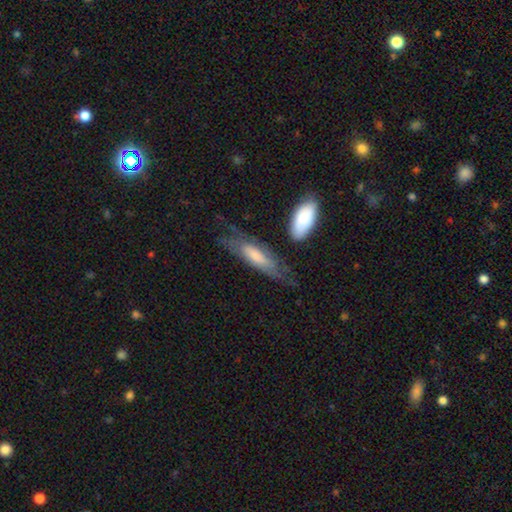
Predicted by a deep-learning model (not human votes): The model was most divided on "how rounded": cigar-shaped: 55%, in between: 43%, round: 2%. More confident: smooth or featured — smooth (59%); merging — none (55%).